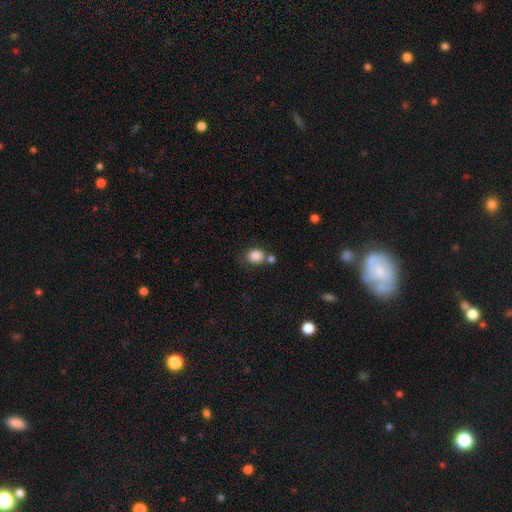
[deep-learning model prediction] This is clearly a smooth galaxy (85%). How rounded: possibly round (60%). Merging: possibly none (60%).